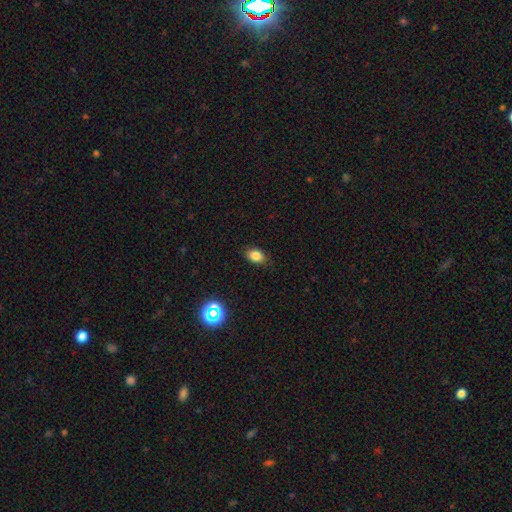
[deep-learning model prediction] smooth-or-featured: smooth: 82% | star or artifact: 12% | featured or disk: 6%
  how-rounded: in between: 83% | round: 16% | cigar-shaped: 1%
  merging: none: 84% | minor disturbance: 12% | major disturbance: 3% | merger: 1%